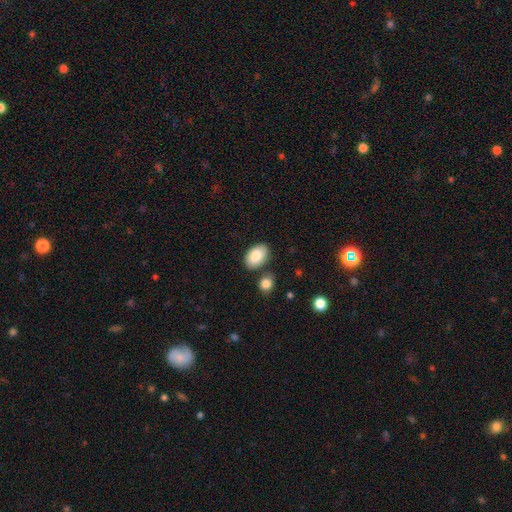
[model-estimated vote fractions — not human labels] Smooth or featured?
  - smooth: 86% *
  - featured or disk: 8%
  - star or artifact: 6%
How rounded?
  - in between: 92% *
  - round: 7%
  - cigar-shaped: 1%
Merging?
  - none: 78% *
  - minor disturbance: 12%
  - merger: 7%
  - major disturbance: 3%